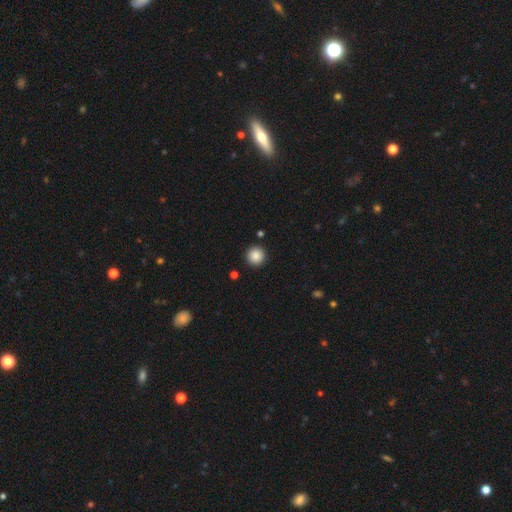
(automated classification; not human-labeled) smooth_or_featured: smooth (p=0.88) [alt: star or artifact p=0.09]
how_rounded: round (p=0.96) [alt: in between p=0.03]
merging: none (p=0.92) [alt: minor disturbance p=0.05]